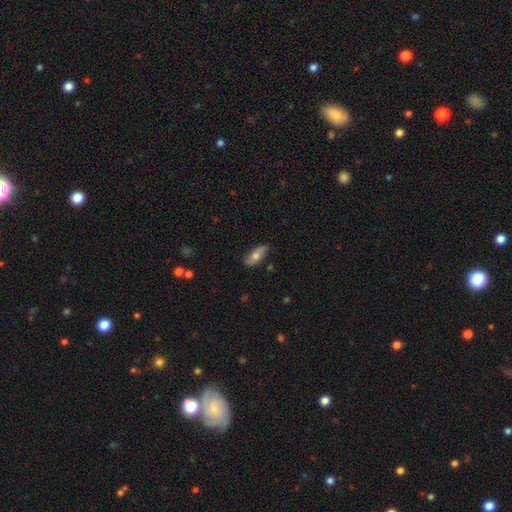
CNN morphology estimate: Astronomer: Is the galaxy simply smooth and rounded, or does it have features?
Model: smooth — 63%.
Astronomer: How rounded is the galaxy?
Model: in between — 81%.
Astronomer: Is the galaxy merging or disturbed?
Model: none — 82%.